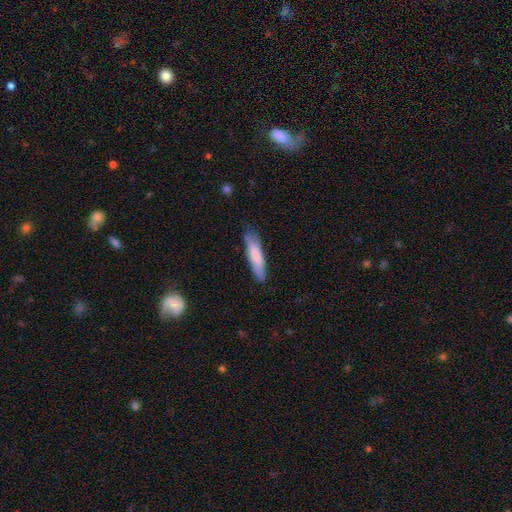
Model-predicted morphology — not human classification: Smooth or featured: smooth — 77% (featured or disk — 18%)
How rounded: cigar-shaped — 81% (in between — 18%)
Merging: none — 79% (minor disturbance — 17%)